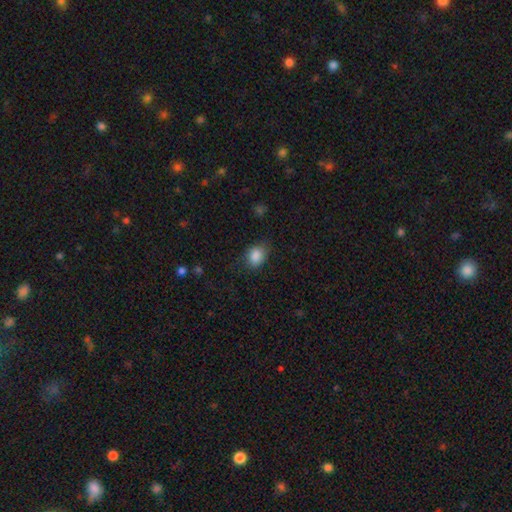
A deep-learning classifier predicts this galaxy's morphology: smooth_or_featured: smooth (p=0.86) [alt: star or artifact p=0.09]
how_rounded: in between (p=0.62) [alt: round p=0.37]
merging: none (p=0.72) [alt: minor disturbance p=0.21]